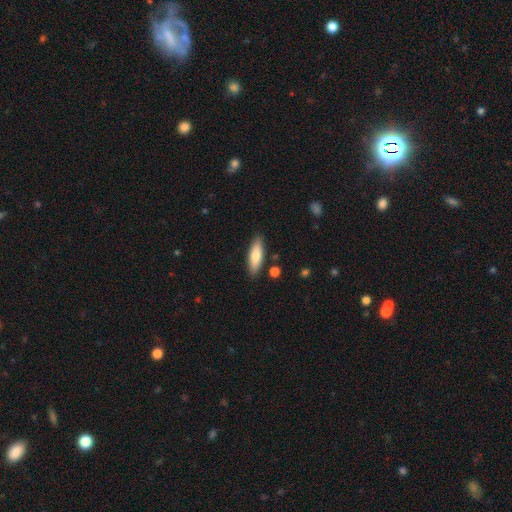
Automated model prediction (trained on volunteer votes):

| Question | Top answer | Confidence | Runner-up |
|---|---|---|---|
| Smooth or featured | smooth | 75% | featured or disk (20%) |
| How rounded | cigar-shaped | 51% | in between (47%) |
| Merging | none | 86% | minor disturbance (9%) |